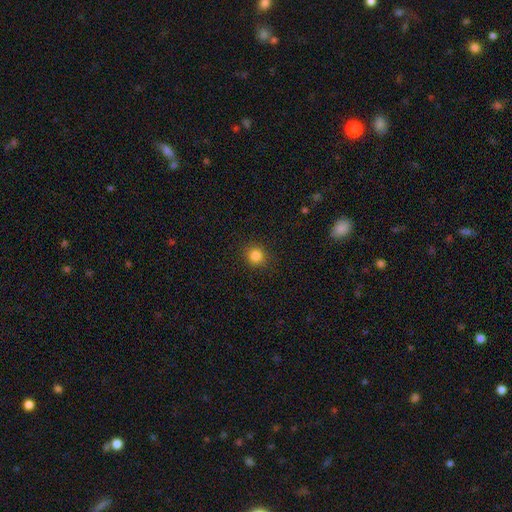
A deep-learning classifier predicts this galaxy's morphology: Smooth or featured?
  - smooth: 83% *
  - star or artifact: 12%
  - featured or disk: 4%
How rounded?
  - round: 91% *
  - in between: 8%
  - cigar-shaped: 1%
Merging?
  - none: 90% *
  - minor disturbance: 7%
  - major disturbance: 2%
  - merger: 1%